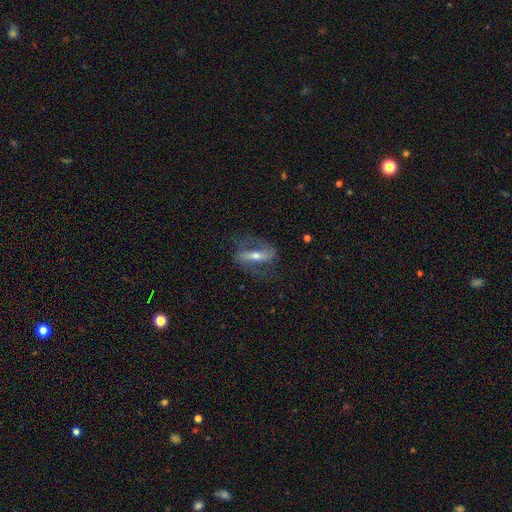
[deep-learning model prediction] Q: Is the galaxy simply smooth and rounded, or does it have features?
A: featured or disk — 78%.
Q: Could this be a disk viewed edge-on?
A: no — 75%.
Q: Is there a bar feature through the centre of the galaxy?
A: strong — 68%.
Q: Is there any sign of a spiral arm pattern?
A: yes — 85%.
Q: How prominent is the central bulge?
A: moderate — 49%.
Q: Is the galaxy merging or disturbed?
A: none — 73%.